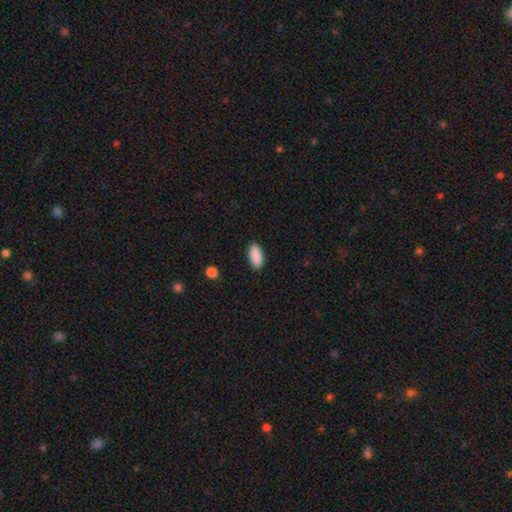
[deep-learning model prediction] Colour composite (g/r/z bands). It shows a smooth galaxy with no disk features (91%) that is in between round and cigar-shaped (89%). Merging: none (89%).